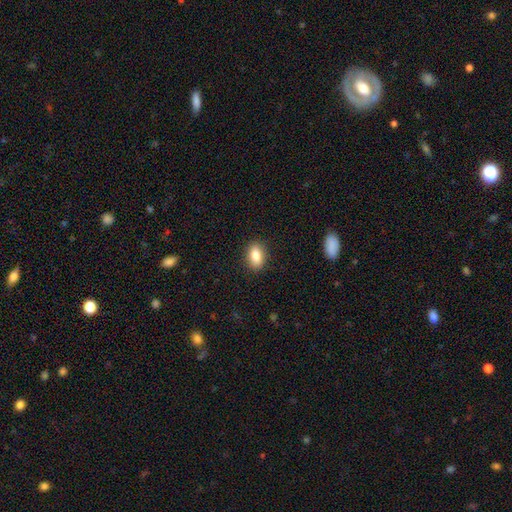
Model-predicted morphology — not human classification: smooth-or-featured: smooth: 84% | featured or disk: 8% | star or artifact: 8%
  how-rounded: in between: 84% | round: 13% | cigar-shaped: 3%
  merging: none: 88% | minor disturbance: 9% | major disturbance: 2% | merger: 1%